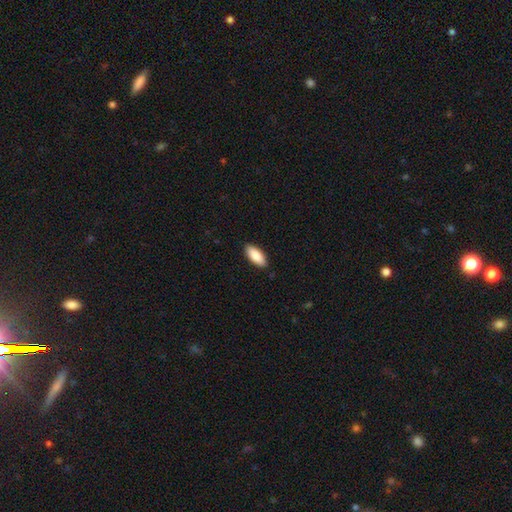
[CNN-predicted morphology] This appears to be a smooth galaxy with no disk features (88%) that is in between round and cigar-shaped (86%). Merging: none (89%).